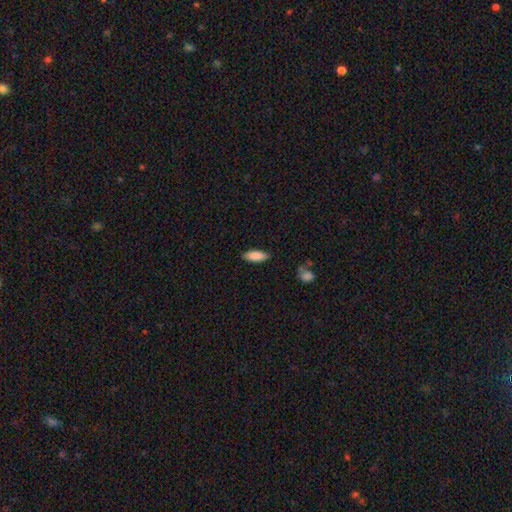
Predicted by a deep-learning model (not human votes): Q: Smooth or featured?
A: smooth (86%); runner-up: featured or disk (7%)
Q: How rounded?
A: in between (73%); runner-up: cigar-shaped (25%)
Q: Merging?
A: none (85%); runner-up: minor disturbance (11%)